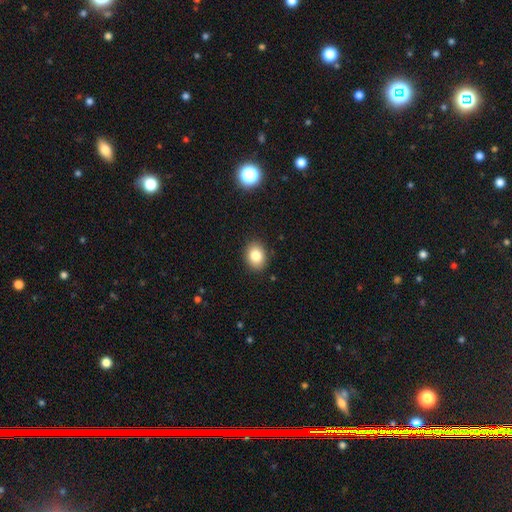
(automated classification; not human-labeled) Smooth or featured?
  - smooth: 83% *
  - star or artifact: 9%
  - featured or disk: 7%
How rounded?
  - in between: 59% *
  - round: 40%
  - cigar-shaped: 1%
Merging?
  - none: 89% *
  - minor disturbance: 8%
  - major disturbance: 2%
  - merger: 1%